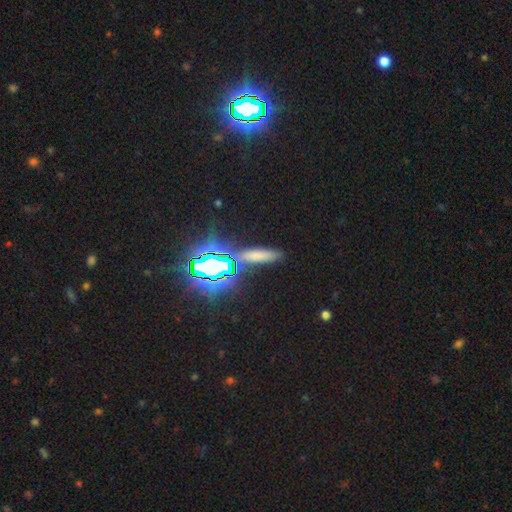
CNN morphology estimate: smooth 51%, star or artifact 36%, featured or disk 13%. Down the decision tree: how rounded — cigar-shaped (71%); merging — none (80%).